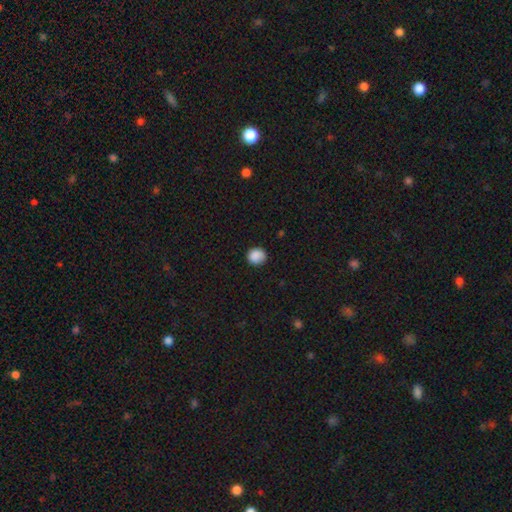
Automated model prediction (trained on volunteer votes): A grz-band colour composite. It shows a smooth galaxy with no disk features (88%) that is round (88%). Merging: none (85%).